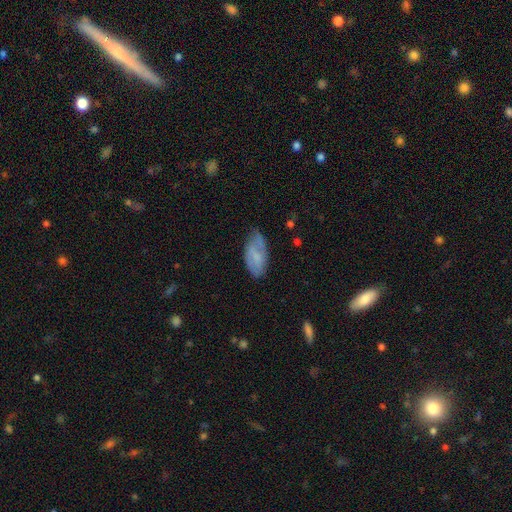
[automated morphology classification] smooth_or_featured: smooth (p=0.53) [alt: featured or disk p=0.39]
how_rounded: in between (p=0.91) [alt: cigar-shaped p=0.06]
merging: none (p=0.56) [alt: minor disturbance p=0.32]